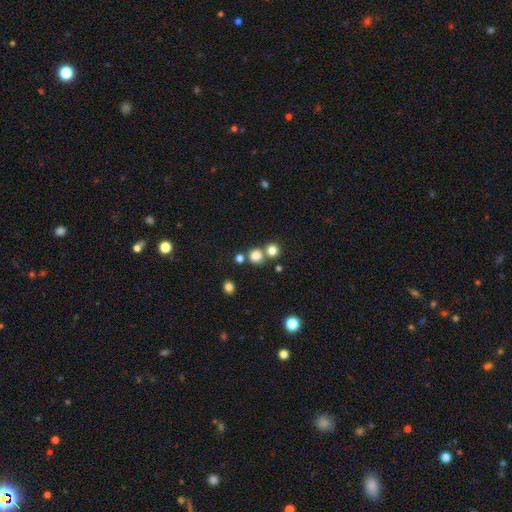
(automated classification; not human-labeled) Overall: smooth (78%). How rounded: round (86%). Merging: none (60%; merger 30%).